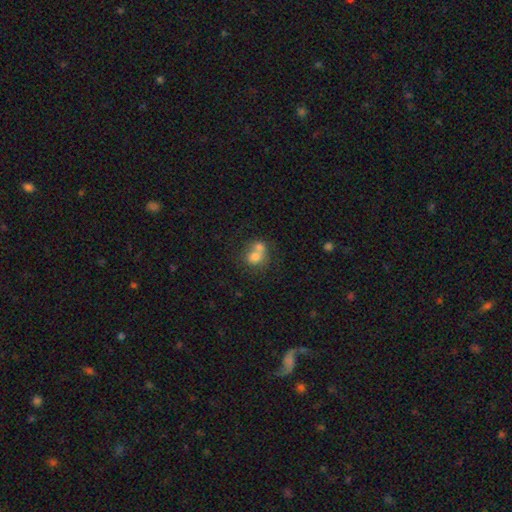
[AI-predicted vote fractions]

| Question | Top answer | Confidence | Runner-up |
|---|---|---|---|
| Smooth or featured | smooth | 70% | featured or disk (19%) |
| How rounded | round | 69% | in between (30%) |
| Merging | merger | 64% | none (26%) |